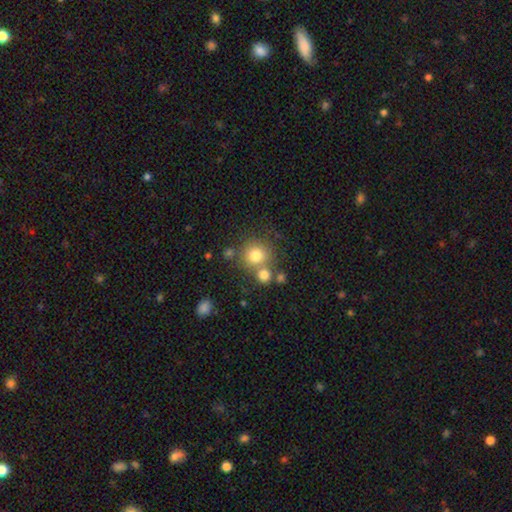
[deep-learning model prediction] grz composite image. It shows a smooth galaxy with no disk features (77%) that is round (90%). Merging: none (61%).